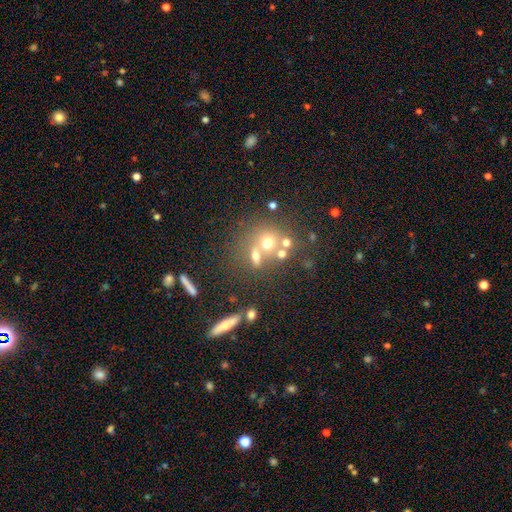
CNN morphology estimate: The model was most divided on "merging": none: 46%, merger: 37%, minor disturbance: 10%, major disturbance: 6%. More confident: how rounded — round (65%); smooth or featured — smooth (57%).